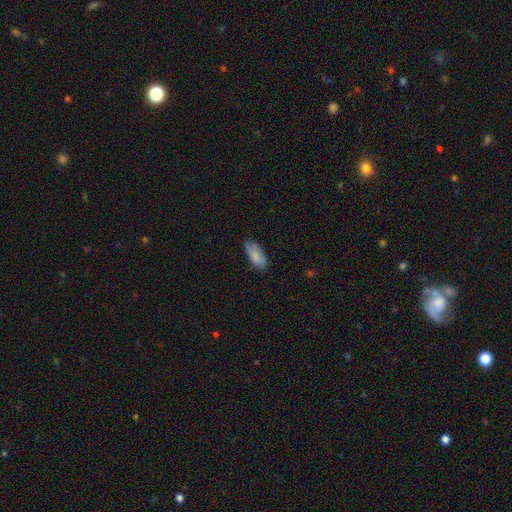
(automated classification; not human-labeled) Morphology: type=smooth (85%); roundness=in between (86%); merging=none (78%).